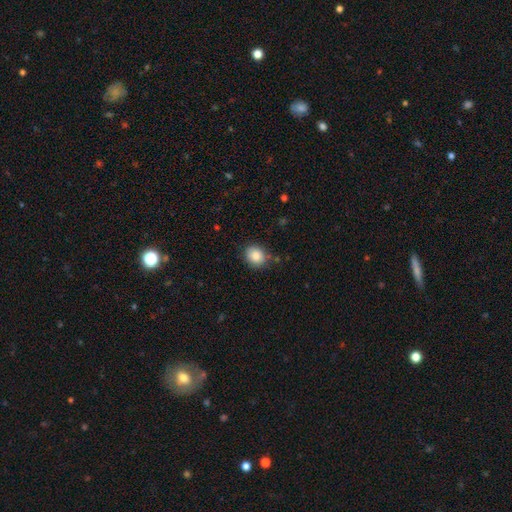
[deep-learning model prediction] Smooth or featured? Predicted: smooth (p=0.85). How rounded? Predicted: round (p=0.66). Merging? Predicted: none (p=0.81).